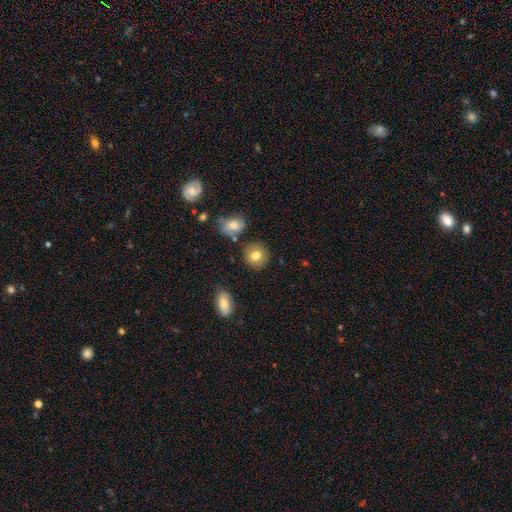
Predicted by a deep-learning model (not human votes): A smooth galaxy with no disk features (80%) that is round (86%).

Vote fractions:
- Smooth or featured? smooth: 80% / star or artifact: 10% / featured or disk: 10%
- How rounded? round: 86% / in between: 13% / cigar-shaped: 1%
- Merging? none: 83% / minor disturbance: 10% / merger: 5% / major disturbance: 3%